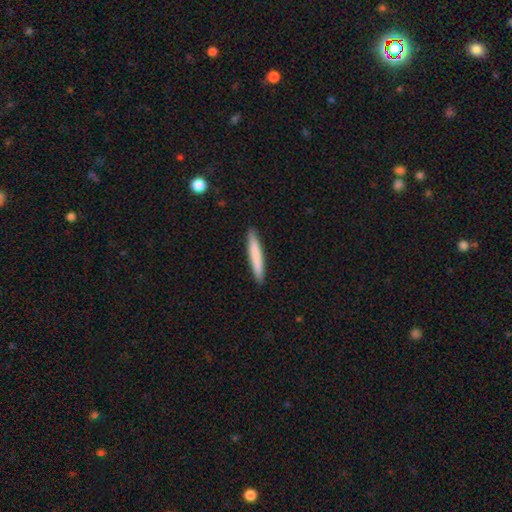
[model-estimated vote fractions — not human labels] Overall: smooth (77%). How rounded: cigar-shaped (95%). Merging: none (91%).